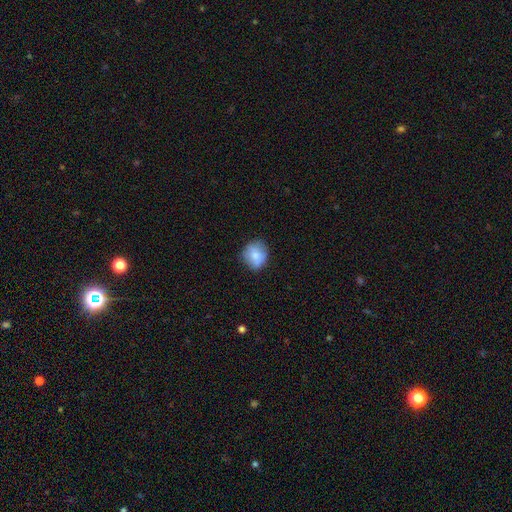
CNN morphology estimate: type=smooth (78%); roundness=round (78%); merging=none (73%).